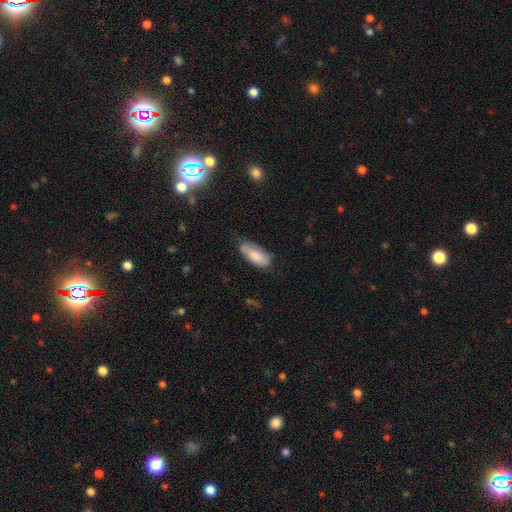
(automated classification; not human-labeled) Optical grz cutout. It shows a smooth galaxy with no disk features (81%) that is in between round and cigar-shaped (86%). Merging: none (56%).